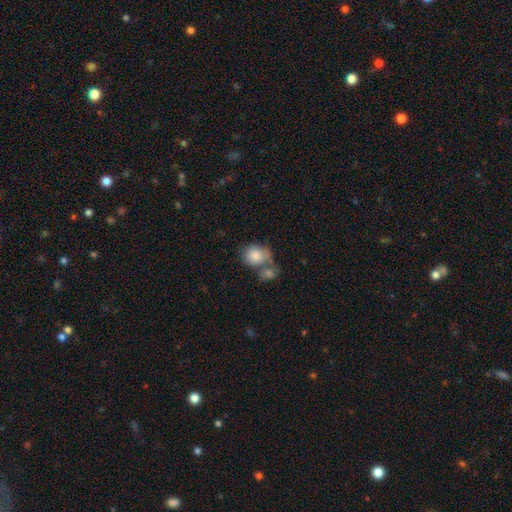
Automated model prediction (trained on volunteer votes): Smooth or featured? smooth (82%)
How rounded? round (61%)
Merging? merger (42%)